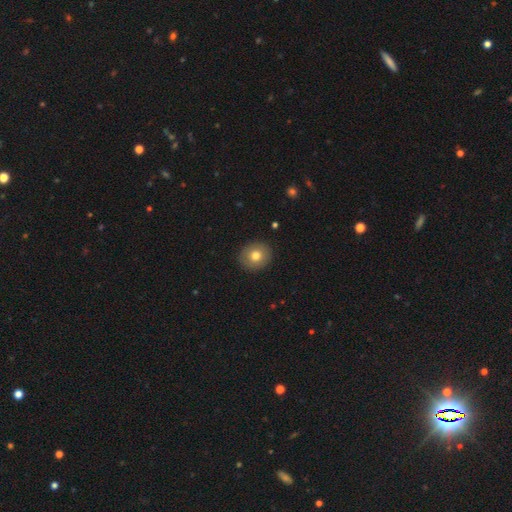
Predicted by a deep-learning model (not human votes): Smooth or featured?
  - smooth: 74% *
  - featured or disk: 17%
  - star or artifact: 9%
How rounded?
  - round: 80% *
  - in between: 19%
  - cigar-shaped: 1%
Merging?
  - none: 90% *
  - minor disturbance: 7%
  - major disturbance: 2%
  - merger: 1%